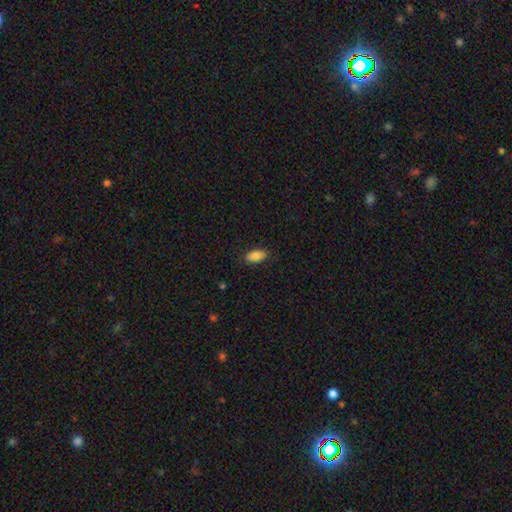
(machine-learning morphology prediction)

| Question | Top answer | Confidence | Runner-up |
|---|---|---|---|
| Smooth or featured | smooth | 85% | featured or disk (8%) |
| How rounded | in between | 90% | cigar-shaped (7%) |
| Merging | none | 86% | minor disturbance (11%) |